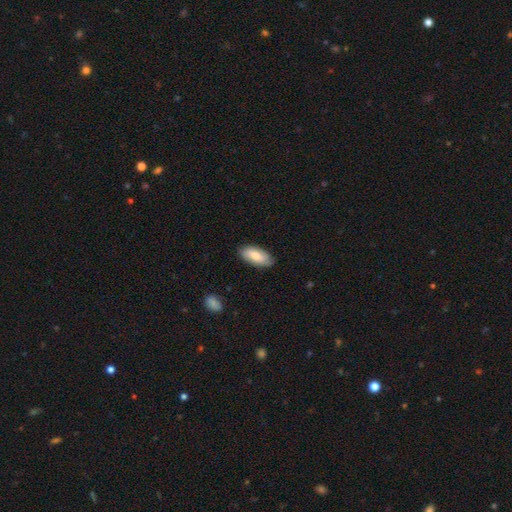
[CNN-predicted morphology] The model was most divided on "smooth or featured": smooth: 65%, featured or disk: 29%, star or artifact: 6%. More confident: how rounded — in between (90%); merging — none (81%).